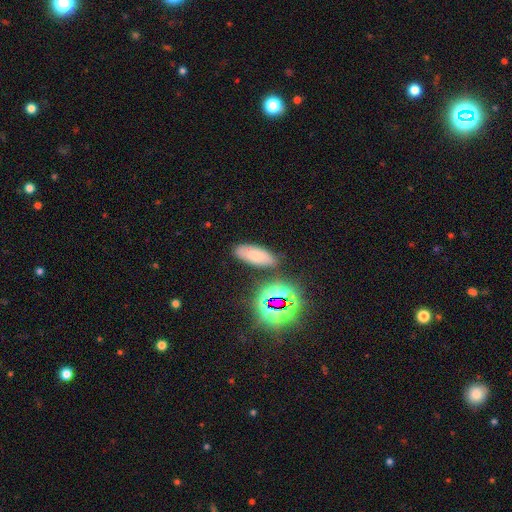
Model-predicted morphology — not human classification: Q: Smooth or featured?
A: smooth (58%); runner-up: star or artifact (22%)
Q: How rounded?
A: in between (81%); runner-up: cigar-shaped (13%)
Q: Merging?
A: none (74%); runner-up: minor disturbance (15%)